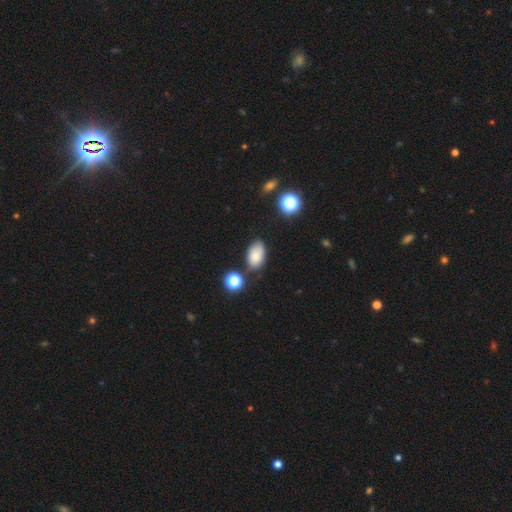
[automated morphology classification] Overall: smooth (76%). How rounded: in between (90%). Merging: none (65%).